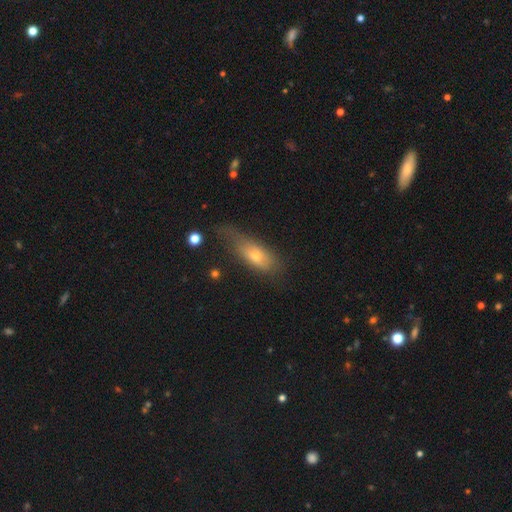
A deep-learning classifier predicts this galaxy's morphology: smooth-or-featured: smooth: 62% | featured or disk: 30% | star or artifact: 9%
  how-rounded: in between: 68% | cigar-shaped: 28% | round: 5%
  merging: none: 43% | minor disturbance: 34% | major disturbance: 20% | merger: 3%